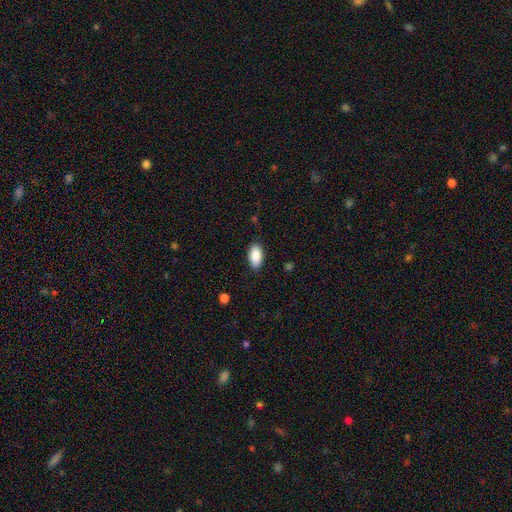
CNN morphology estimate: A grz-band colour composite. It shows a smooth galaxy with no disk features (89%) that is in between round and cigar-shaped (94%). Merging: none (86%).